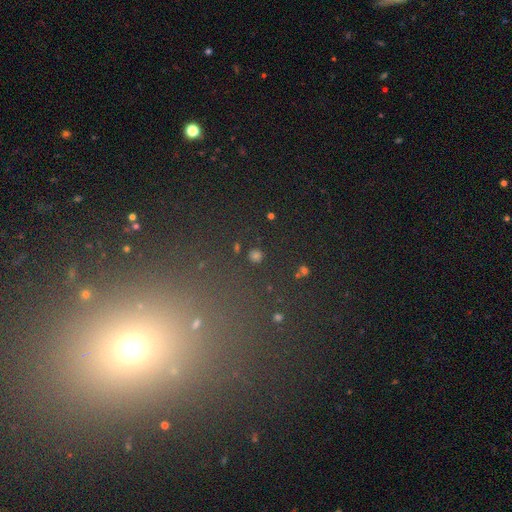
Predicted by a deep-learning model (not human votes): smooth-or-featured: smooth: 65% | star or artifact: 28% | featured or disk: 7%
  how-rounded: round: 89% | in between: 9% | cigar-shaped: 2%
  merging: none: 88% | minor disturbance: 6% | merger: 3% | major disturbance: 3%